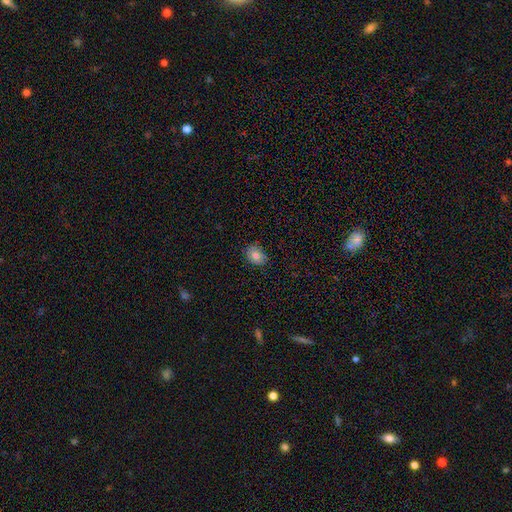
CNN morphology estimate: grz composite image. It shows a smooth galaxy with no disk features (76%) that is in between round and cigar-shaped (55%). Merging: none (80%).